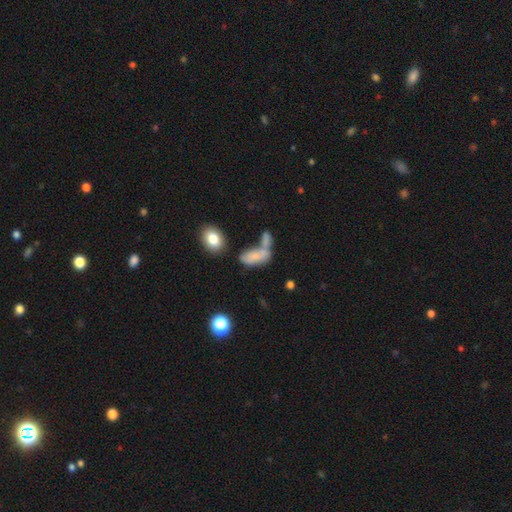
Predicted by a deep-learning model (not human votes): This appears to be a smooth galaxy with no disk features (70%) that is in between round and cigar-shaped (82%). Merging: merger (47%).